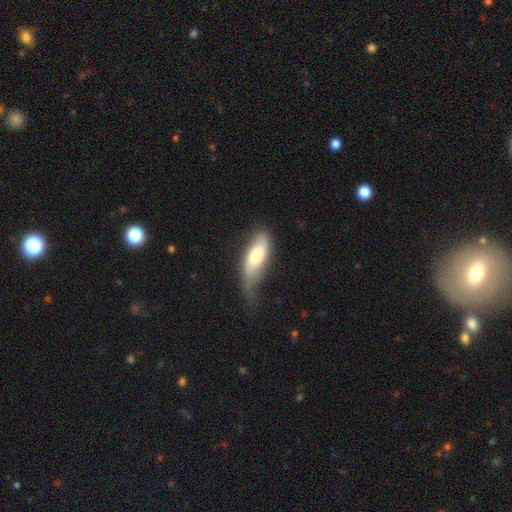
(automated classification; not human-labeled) smooth_or_featured: smooth (p=0.63) [alt: featured or disk p=0.30]
how_rounded: in between (p=0.73) [alt: cigar-shaped p=0.25]
merging: minor disturbance (p=0.43) [alt: none p=0.31]